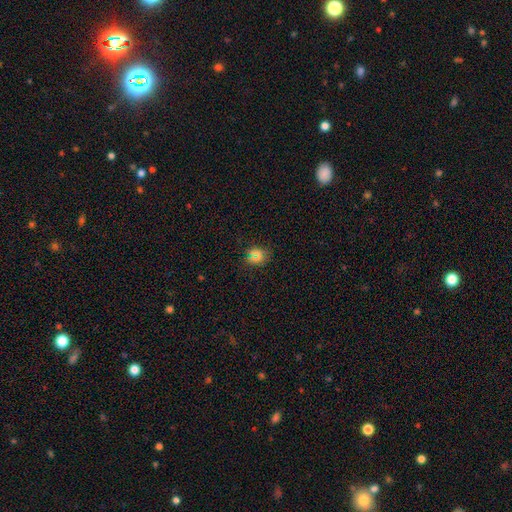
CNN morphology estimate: smooth_or_featured: smooth (p=0.61) [alt: star or artifact p=0.32]
how_rounded: round (p=0.71) [alt: in between p=0.27]
merging: none (p=0.83) [alt: minor disturbance p=0.10]